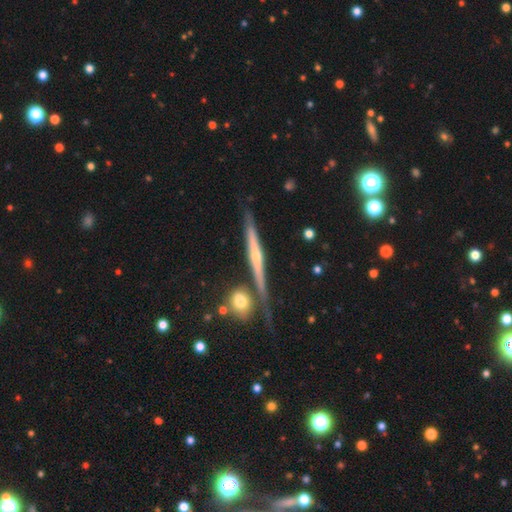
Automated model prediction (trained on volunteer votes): Smooth or featured?
  - featured or disk: 75% *
  - smooth: 18%
  - star or artifact: 7%
Edge-on disk?
  - yes: 96% *
  - no: 4%
Edge-on bulge?
  - rounded: 71% *
  - none: 23%
  - boxy: 6%
Merging?
  - none: 80% *
  - minor disturbance: 11%
  - merger: 7%
  - major disturbance: 3%